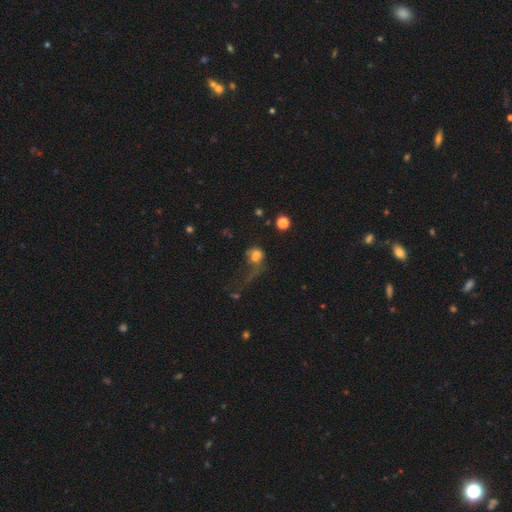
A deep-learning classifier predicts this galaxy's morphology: Smooth or featured?
  - smooth: 66% *
  - featured or disk: 19%
  - star or artifact: 15%
How rounded?
  - round: 53% *
  - in between: 45%
  - cigar-shaped: 2%
Merging?
  - major disturbance: 50% *
  - none: 20%
  - merger: 16%
  - minor disturbance: 14%